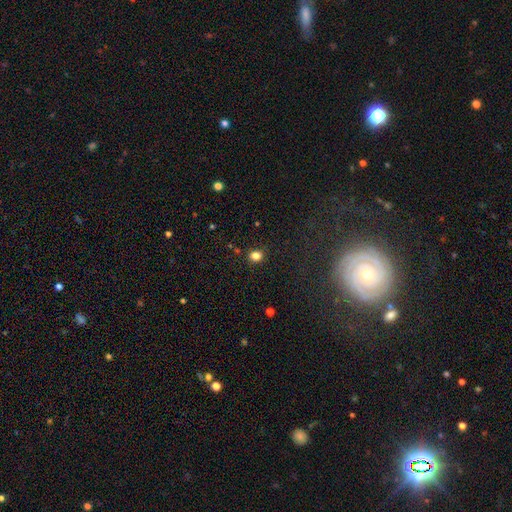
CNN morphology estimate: smooth 81%, star or artifact 14%, featured or disk 4%. Down the decision tree: how rounded — round (76%); merging — none (89%).